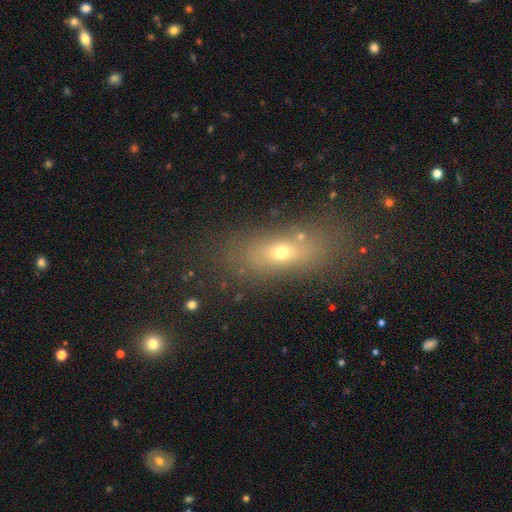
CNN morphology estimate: type=smooth (56%); roundness=in between (61%); merging=none (75%).